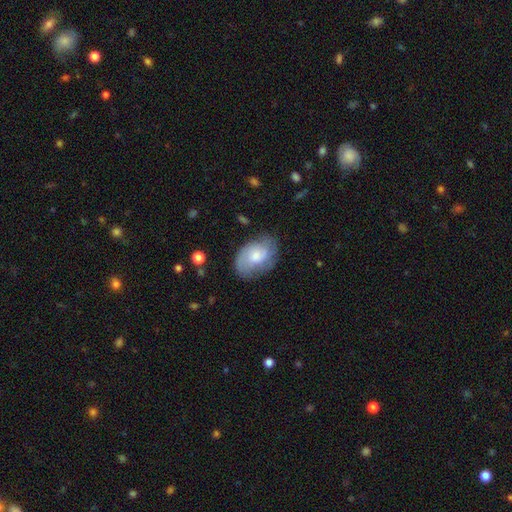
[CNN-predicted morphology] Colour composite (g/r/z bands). It shows a smooth galaxy with no disk features (52%) that is in between round and cigar-shaped (84%). Merging: none (65%).